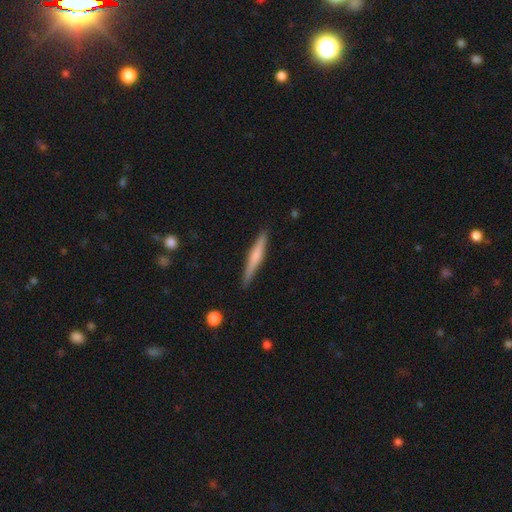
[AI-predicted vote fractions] Overall: smooth (52%; featured or disk 42%). How rounded: cigar-shaped (94%). Merging: none (89%).